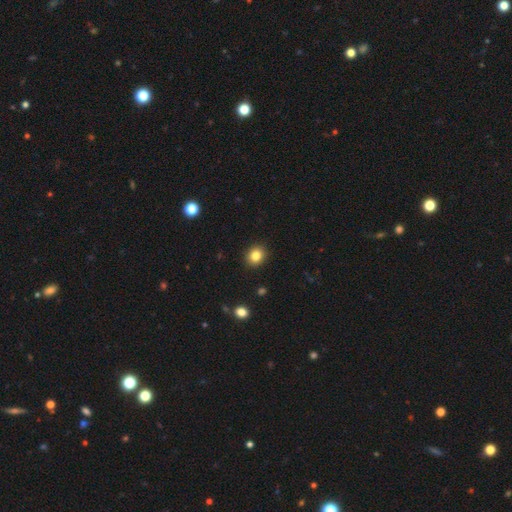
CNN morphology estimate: Smooth or featured? Predicted: smooth (p=0.83). How rounded? Predicted: round (p=0.71). Merging? Predicted: none (p=0.91).